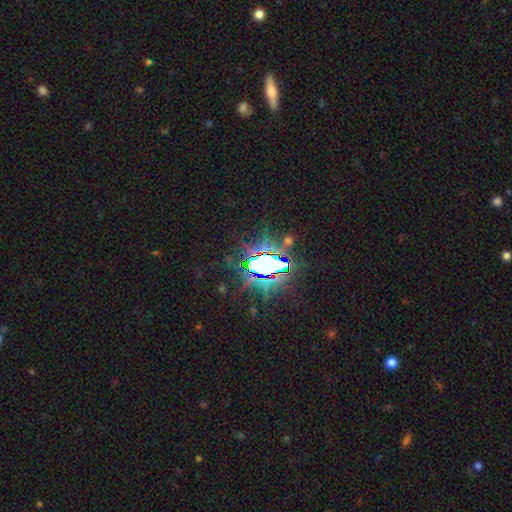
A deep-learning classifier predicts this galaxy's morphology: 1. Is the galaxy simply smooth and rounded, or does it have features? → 81% star or artifact, 10% smooth, 9% featured or disk.